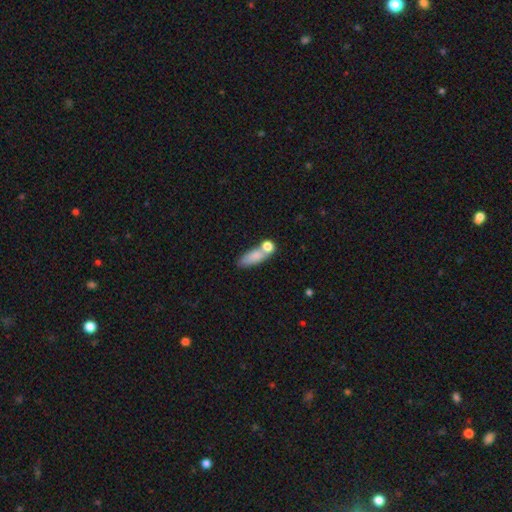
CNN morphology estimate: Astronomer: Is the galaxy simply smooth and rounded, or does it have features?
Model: smooth — 77%.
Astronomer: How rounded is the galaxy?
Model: in between — 55% (runner-up: cigar-shaped, 38%).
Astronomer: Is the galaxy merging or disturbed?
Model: none — 45% (runner-up: merger, 33%).